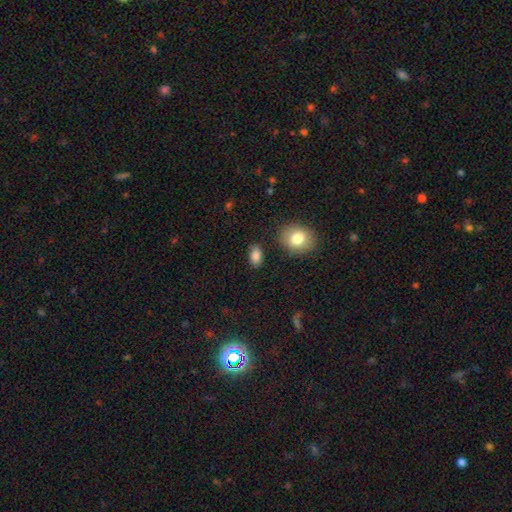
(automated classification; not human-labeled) The model was most divided on "merging": none: 84%, minor disturbance: 10%, major disturbance: 3%, merger: 3%. More confident: how rounded — in between (87%); smooth or featured — smooth (86%).